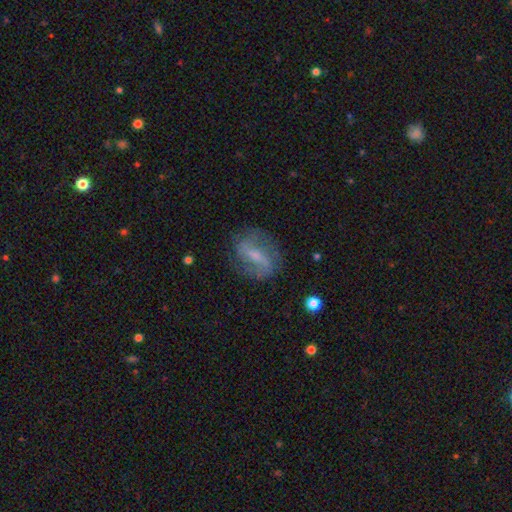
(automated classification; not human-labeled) A featured or disk galaxy (73%) with a weak bar (43%), 2 (84%) medium (42%) spiral arms (86%) and a small central bulge (50%).

Vote fractions:
- Smooth or featured? featured or disk: 73% / smooth: 19% / star or artifact: 8%
- Edge-on disk? no: 95% / yes: 5%
- Bar? weak: 43% / strong: 40% / no: 17%
- Spiral arms? yes: 86% / no: 14%
- Spiral winding? medium: 42% / loose: 40% / tight: 19%
- Spiral arm count? 2: 84% / can't tell: 9% / 1: 4% / 3: 2% / 4: 1% / more than 4: 1%
- Bulge size? small: 50% / moderate: 31% / none: 15% / large: 4% / dominant: 1%
- Merging? none: 75% / minor disturbance: 16% / major disturbance: 7% / merger: 2%